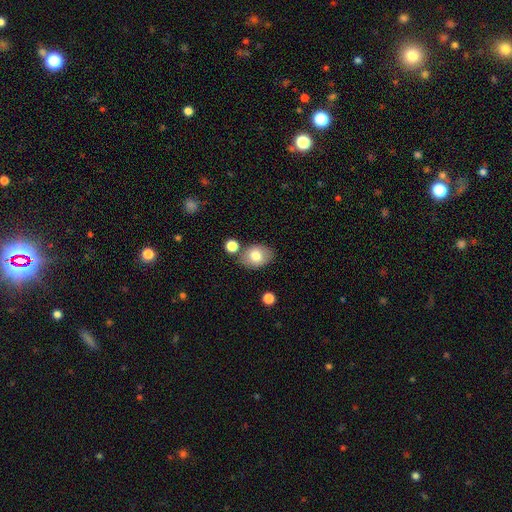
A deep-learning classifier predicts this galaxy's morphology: This is likely a smooth galaxy (76%). How rounded: likely in between (74%). Merging: likely none (74%).